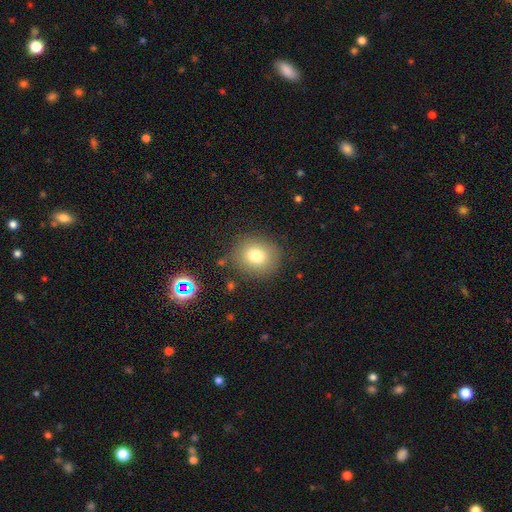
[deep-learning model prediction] Smooth or featured?
  - smooth: 77% *
  - star or artifact: 12%
  - featured or disk: 11%
How rounded?
  - round: 80% *
  - in between: 19%
  - cigar-shaped: 1%
Merging?
  - none: 84% *
  - minor disturbance: 10%
  - major disturbance: 4%
  - merger: 2%